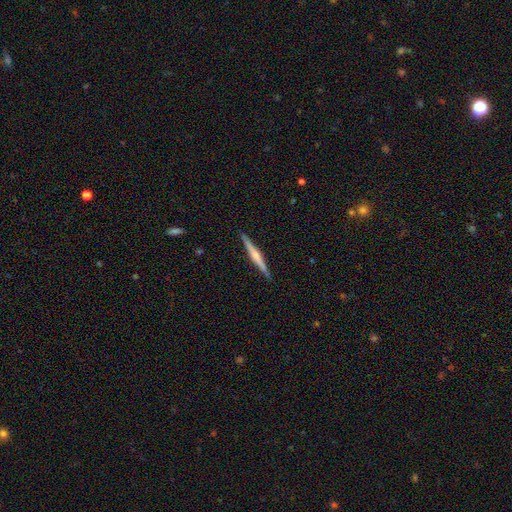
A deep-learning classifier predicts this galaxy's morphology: Smooth or featured: featured or disk — 67% (smooth — 28%)
Edge-on disk: yes — 98% (no — 2%)
Edge-on bulge: rounded — 66% (none — 20%)
Merging: none — 90% (minor disturbance — 7%)